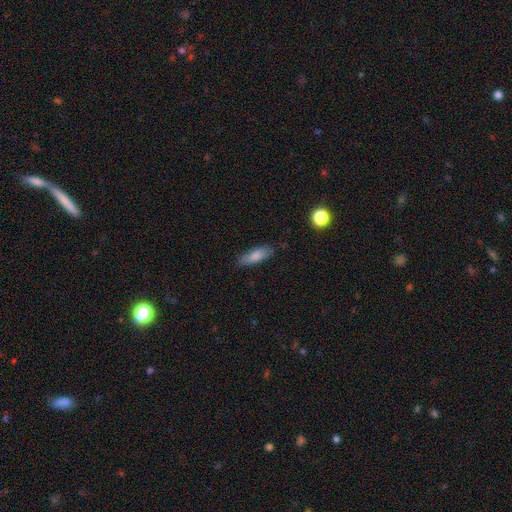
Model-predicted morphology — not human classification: The model was most divided on "how rounded": in between: 56%, cigar-shaped: 43%, round: 2%. More confident: smooth or featured — smooth (82%); merging — none (82%).